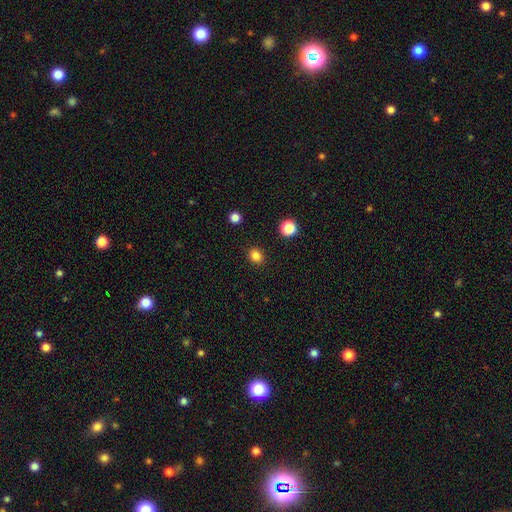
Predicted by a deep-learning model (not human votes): A smooth galaxy with no disk features (84%) that is round (65%).

Vote fractions:
- Smooth or featured? smooth: 84% / star or artifact: 13% / featured or disk: 3%
- How rounded? round: 65% / in between: 34% / cigar-shaped: 1%
- Merging? none: 90% / minor disturbance: 7% / major disturbance: 2% / merger: 1%